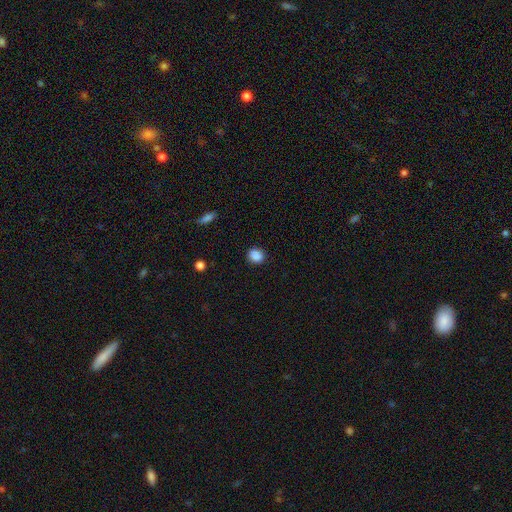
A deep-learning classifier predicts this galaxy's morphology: Q: Smooth or featured?
A: smooth (87%); runner-up: star or artifact (9%)
Q: How rounded?
A: round (70%); runner-up: in between (29%)
Q: Merging?
A: none (89%); runner-up: minor disturbance (8%)